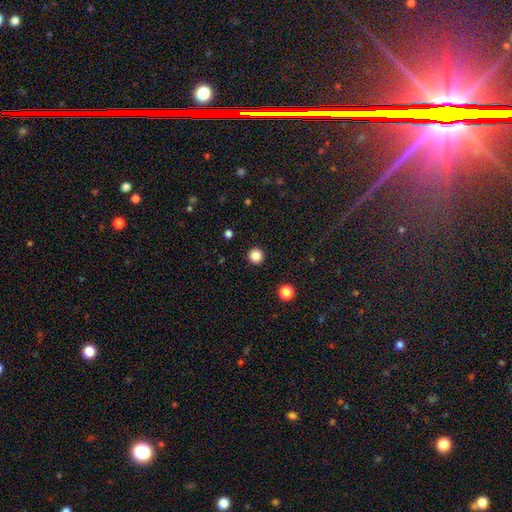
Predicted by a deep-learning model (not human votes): Smooth or featured? smooth (86%)
How rounded? round (96%)
Merging? none (93%)